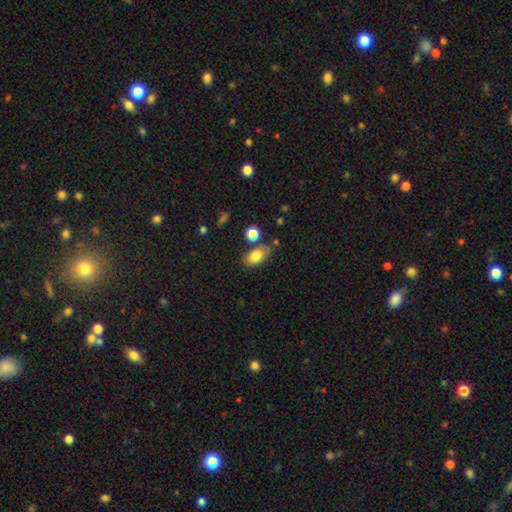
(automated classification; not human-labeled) smooth-or-featured: smooth: 81% | featured or disk: 10% | star or artifact: 9%
  how-rounded: in between: 88% | round: 10% | cigar-shaped: 2%
  merging: none: 66% | minor disturbance: 18% | merger: 11% | major disturbance: 6%